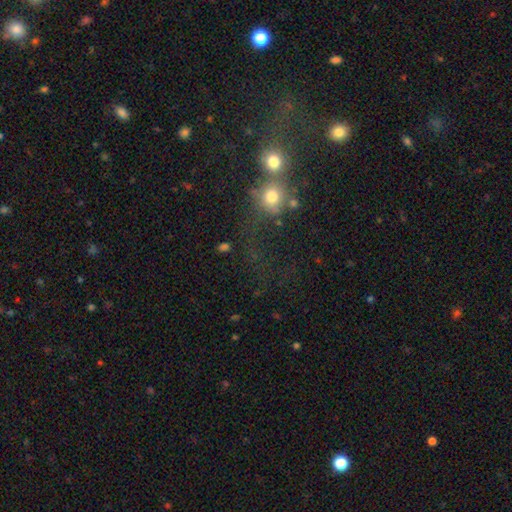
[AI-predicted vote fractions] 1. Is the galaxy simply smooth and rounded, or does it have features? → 42% smooth, 35% star or artifact, 23% featured or disk.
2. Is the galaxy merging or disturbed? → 53% merger, 27% none, 12% major disturbance, 8% minor disturbance.